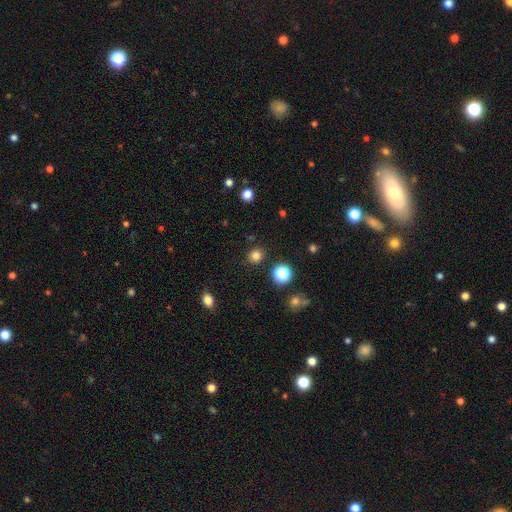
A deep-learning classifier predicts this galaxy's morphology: This appears to be a smooth galaxy with no disk features (80%) that is round (84%). Merging: none (88%).